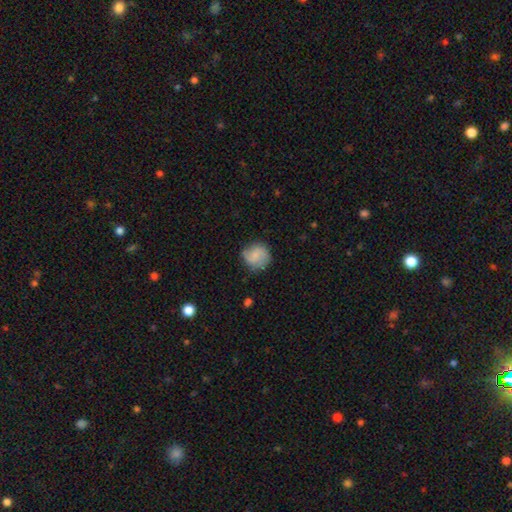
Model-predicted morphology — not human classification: Smooth or featured? smooth (66%)
How rounded? round (86%)
Merging? none (72%)